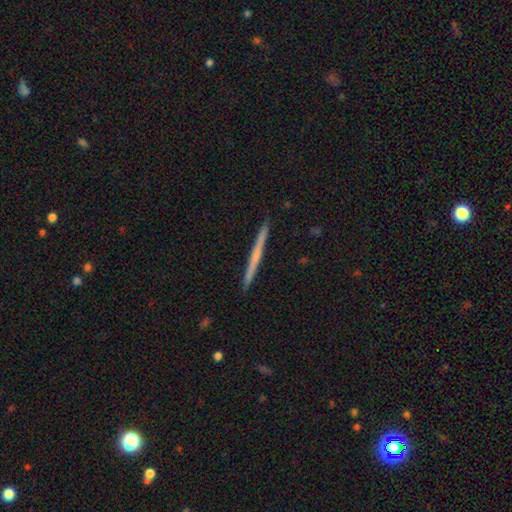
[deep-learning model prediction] Smooth or featured: featured or disk — 53% (smooth — 41%)
Edge-on disk: yes — 98% (no — 2%)
Edge-on bulge: none — 84% (rounded — 12%)
Merging: none — 93% (minor disturbance — 5%)